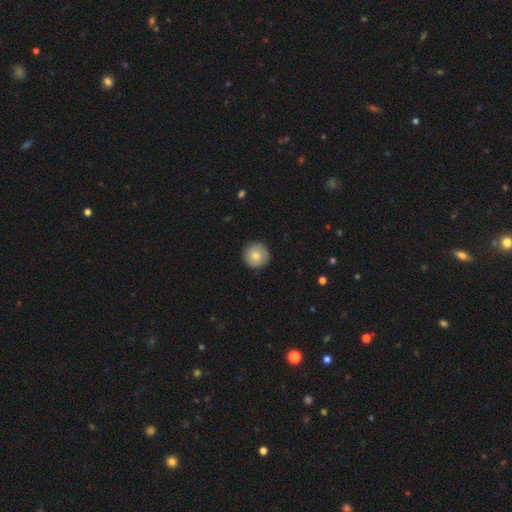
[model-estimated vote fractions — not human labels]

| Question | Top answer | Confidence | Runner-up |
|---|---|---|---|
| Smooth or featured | smooth | 82% | featured or disk (10%) |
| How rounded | round | 96% | in between (3%) |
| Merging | none | 91% | minor disturbance (6%) |